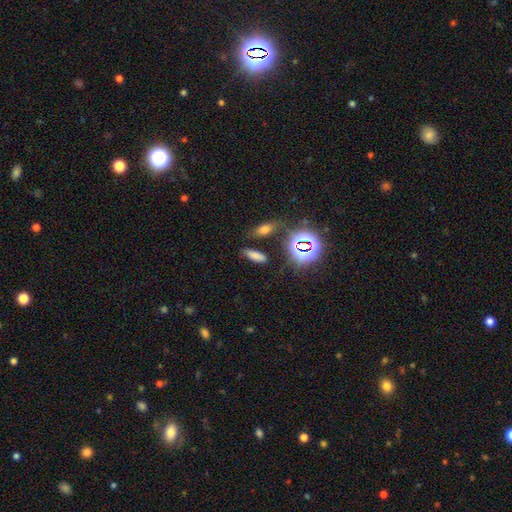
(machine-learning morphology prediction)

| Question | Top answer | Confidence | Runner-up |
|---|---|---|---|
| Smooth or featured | smooth | 70% | star or artifact (21%) |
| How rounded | in between | 54% | cigar-shaped (41%) |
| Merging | none | 78% | minor disturbance (11%) |